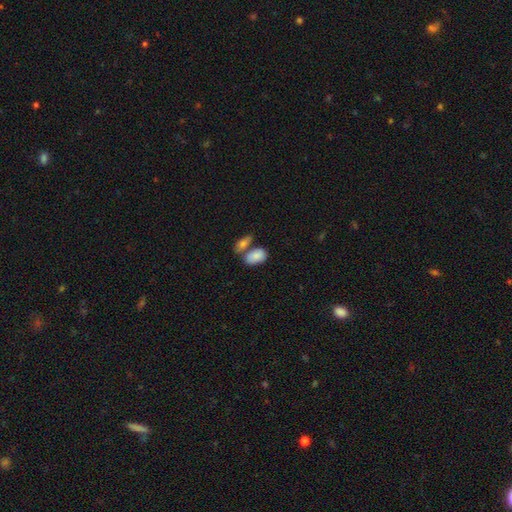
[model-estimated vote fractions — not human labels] This appears to be a smooth galaxy with no disk features (84%) that is in between round and cigar-shaped (92%). Merging: merger (41%, tied with none).